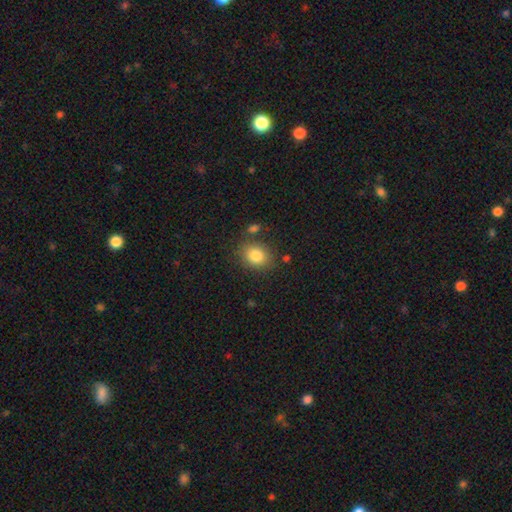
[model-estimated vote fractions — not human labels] Smooth or featured?
  - smooth: 83% *
  - star or artifact: 10%
  - featured or disk: 7%
How rounded?
  - round: 53% *
  - in between: 46%
  - cigar-shaped: 1%
Merging?
  - none: 78% *
  - minor disturbance: 12%
  - merger: 6%
  - major disturbance: 4%